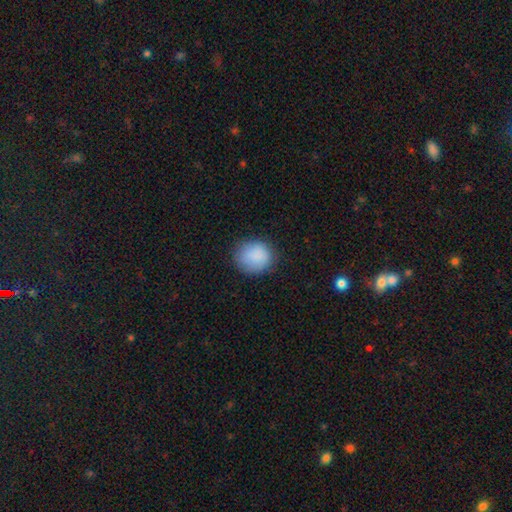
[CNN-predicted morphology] smooth_or_featured: smooth (p=0.87) [alt: star or artifact p=0.08]
how_rounded: round (p=0.76) [alt: in between p=0.23]
merging: none (p=0.81) [alt: minor disturbance p=0.14]